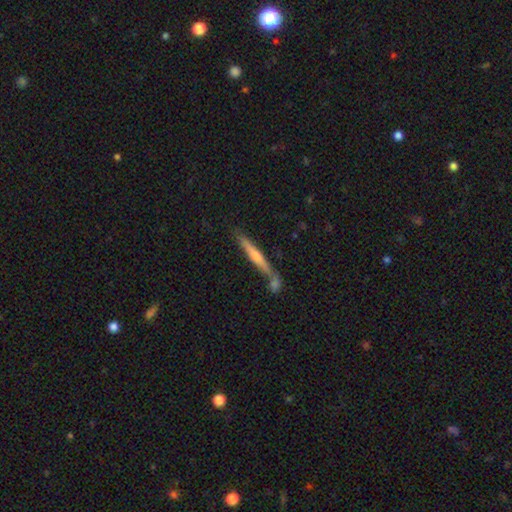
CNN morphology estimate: A featured or disk galaxy (52%) viewed edge-on (94%). Merging: none (62%).